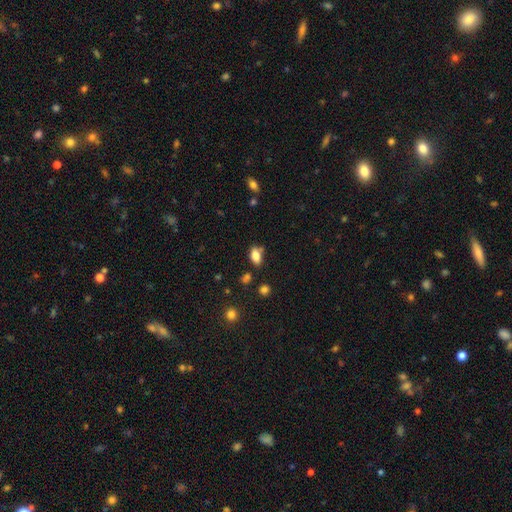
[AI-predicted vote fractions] Smooth or featured: smooth — 81% (star or artifact — 10%)
How rounded: in between — 89% (round — 7%)
Merging: none — 70% (minor disturbance — 16%)